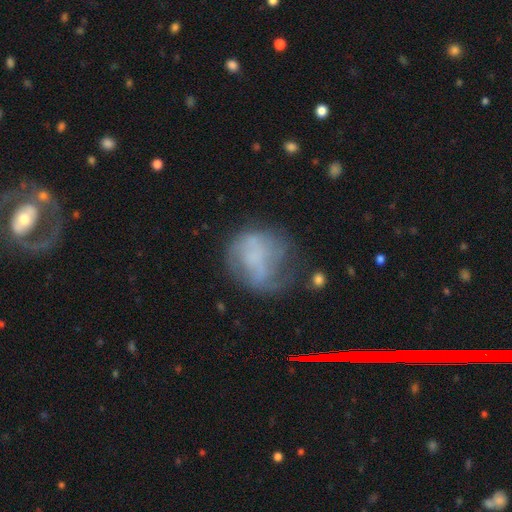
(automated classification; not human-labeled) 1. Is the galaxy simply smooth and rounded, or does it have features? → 46% smooth, 40% featured or disk, 14% star or artifact.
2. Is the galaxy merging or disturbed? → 40% none, 29% major disturbance, 27% minor disturbance, 4% merger.